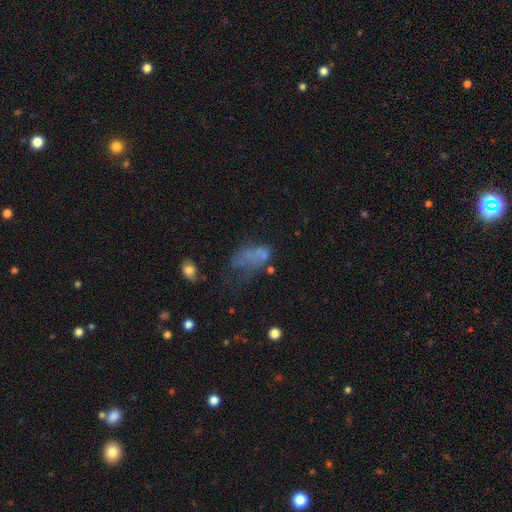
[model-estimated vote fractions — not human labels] Smooth or featured: smooth — 48% (featured or disk — 34%)
Merging: major disturbance — 48% (none — 22%)